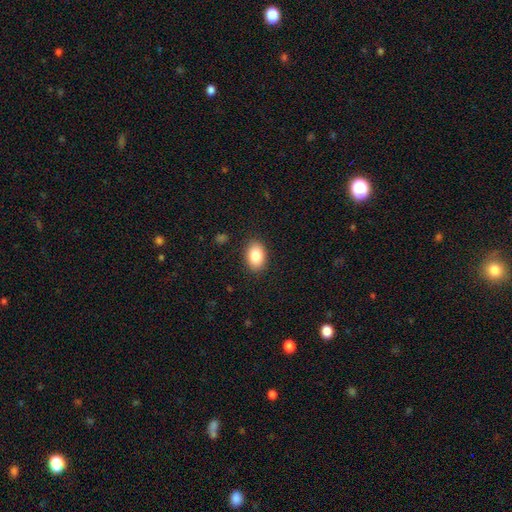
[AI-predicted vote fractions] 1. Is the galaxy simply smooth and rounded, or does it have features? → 86% smooth, 7% star or artifact, 7% featured or disk.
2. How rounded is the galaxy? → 85% in between, 14% round, 1% cigar-shaped.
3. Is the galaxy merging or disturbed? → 88% none, 8% minor disturbance, 2% major disturbance, 1% merger.